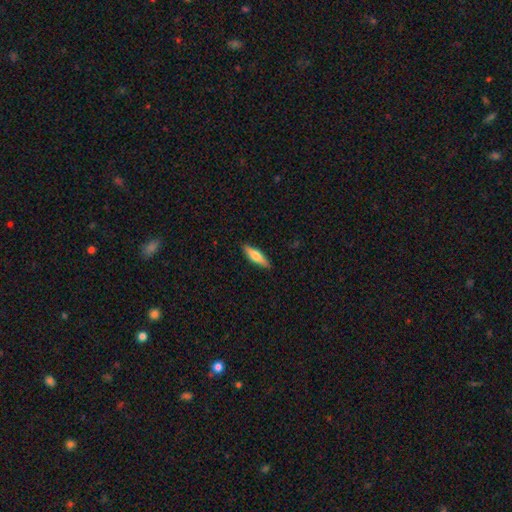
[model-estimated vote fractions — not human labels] Q: Smooth or featured?
A: smooth (61%); runner-up: featured or disk (33%)
Q: How rounded?
A: cigar-shaped (67%); runner-up: in between (31%)
Q: Merging?
A: none (90%); runner-up: minor disturbance (8%)